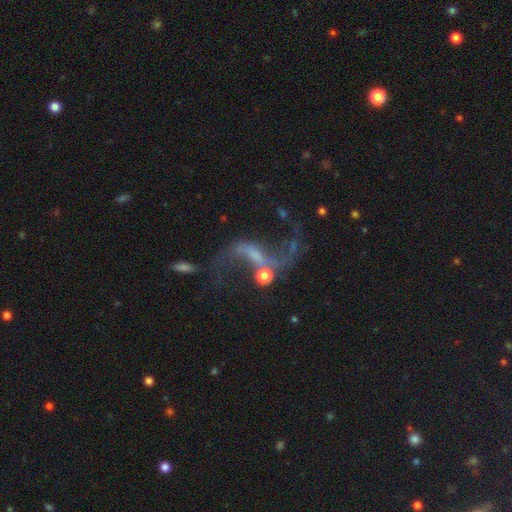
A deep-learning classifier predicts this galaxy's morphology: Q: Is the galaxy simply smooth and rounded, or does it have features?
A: featured or disk — 82%.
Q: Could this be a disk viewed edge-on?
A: no — 96%.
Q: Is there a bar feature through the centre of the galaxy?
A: weak — 44%.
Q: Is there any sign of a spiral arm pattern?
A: yes — 91%.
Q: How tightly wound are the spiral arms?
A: loose — 91%.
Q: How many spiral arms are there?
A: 2 — 91%.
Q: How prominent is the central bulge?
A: small — 36%.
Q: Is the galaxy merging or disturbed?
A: none — 47%.